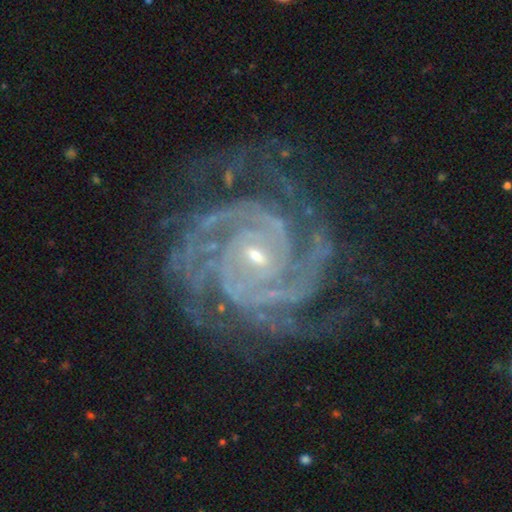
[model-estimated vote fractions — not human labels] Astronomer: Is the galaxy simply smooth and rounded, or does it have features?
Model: featured or disk — 92%.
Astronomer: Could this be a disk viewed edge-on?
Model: no — 98%.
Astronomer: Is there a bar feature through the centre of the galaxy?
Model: no — 56%.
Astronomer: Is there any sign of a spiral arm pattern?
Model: yes — 99%.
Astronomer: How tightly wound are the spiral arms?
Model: tight — 79%.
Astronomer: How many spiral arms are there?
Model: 3 — 24% (runner-up: 2, 22%).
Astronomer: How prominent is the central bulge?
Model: small — 77%.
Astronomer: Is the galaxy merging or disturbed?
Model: none — 74%.